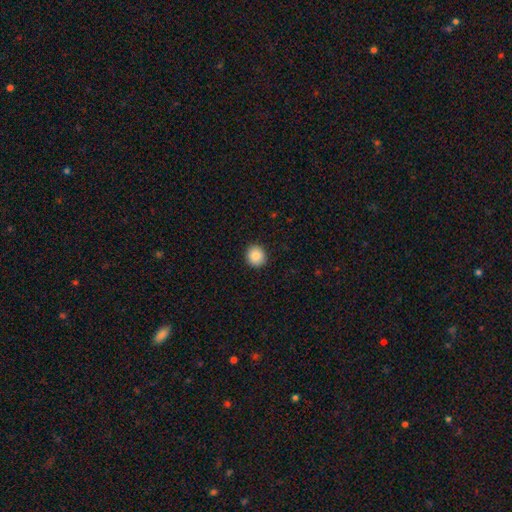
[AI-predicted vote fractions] Smooth or featured? smooth (88%)
How rounded? round (90%)
Merging? none (92%)